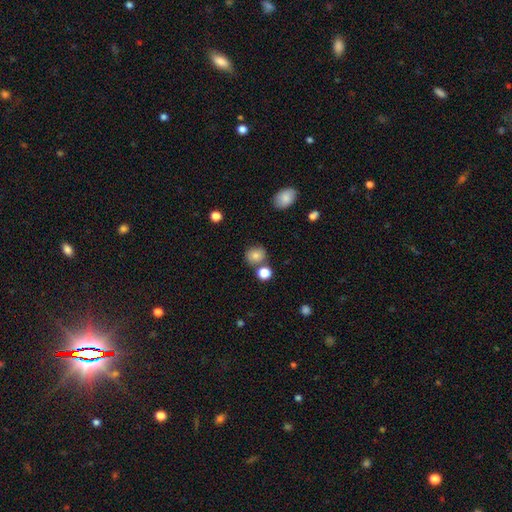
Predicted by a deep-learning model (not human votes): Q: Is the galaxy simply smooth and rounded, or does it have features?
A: smooth — 81%.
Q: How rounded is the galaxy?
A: round — 81%.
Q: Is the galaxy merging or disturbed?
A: none — 72%.